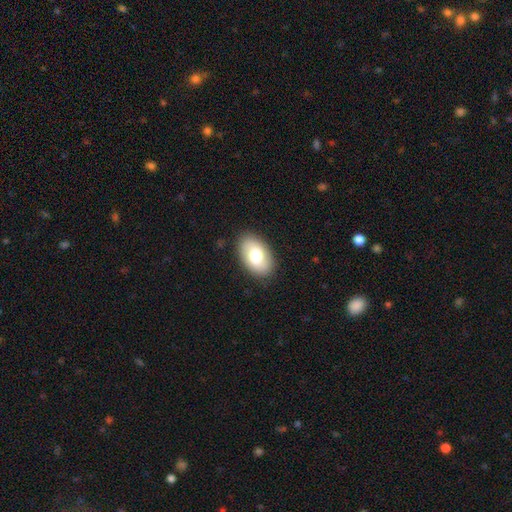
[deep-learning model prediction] This is likely a smooth galaxy (74%). How rounded: clearly in between (91%). Merging: clearly none (87%).